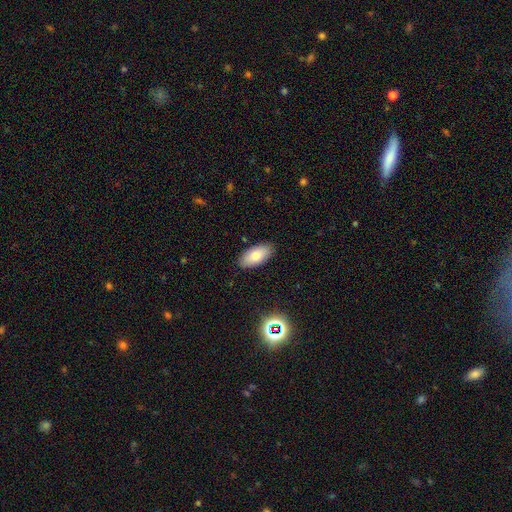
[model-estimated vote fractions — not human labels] smooth-or-featured: smooth: 79% | featured or disk: 13% | star or artifact: 8%
  how-rounded: in between: 94% | cigar-shaped: 4% | round: 3%
  merging: none: 88% | minor disturbance: 9% | major disturbance: 2% | merger: 1%